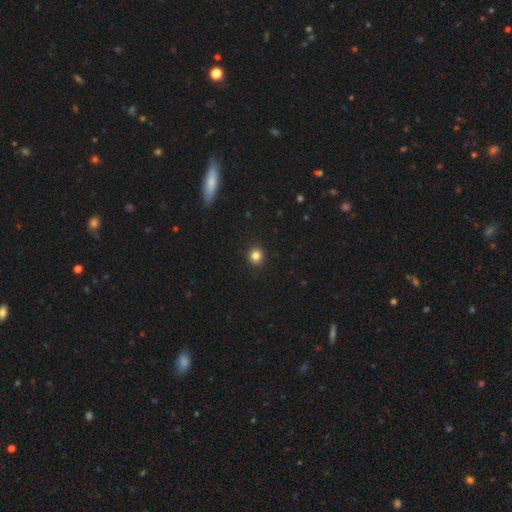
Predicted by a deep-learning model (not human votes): Smooth or featured?
  - smooth: 84% *
  - star or artifact: 12%
  - featured or disk: 5%
How rounded?
  - round: 90% *
  - in between: 9%
  - cigar-shaped: 1%
Merging?
  - none: 92% *
  - minor disturbance: 5%
  - major disturbance: 2%
  - merger: 1%